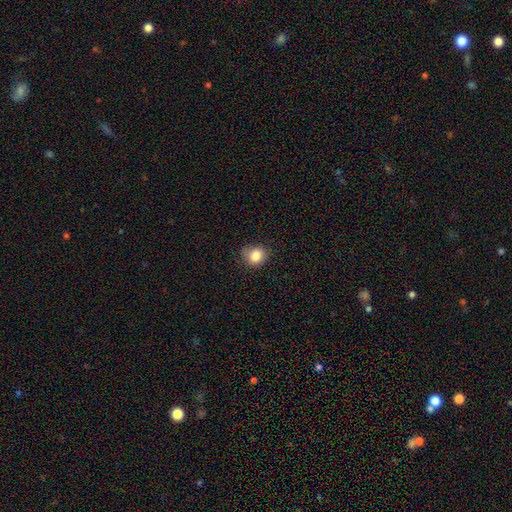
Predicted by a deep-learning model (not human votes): A smooth galaxy with no disk features (84%) that is round (72%). Merging: none (70%).